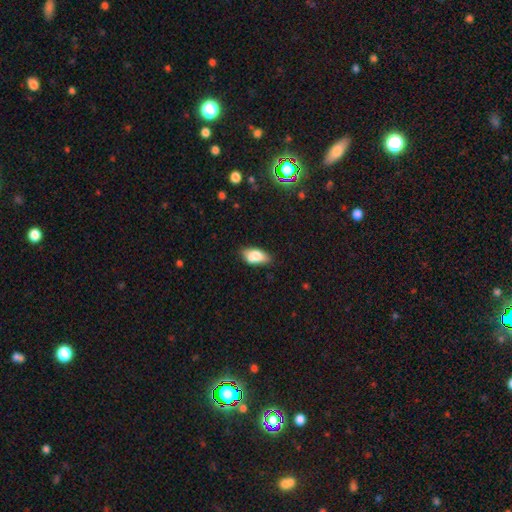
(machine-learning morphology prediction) A smooth galaxy with no disk features (78%) that is in between round and cigar-shaped (90%). Merging: none (61%).